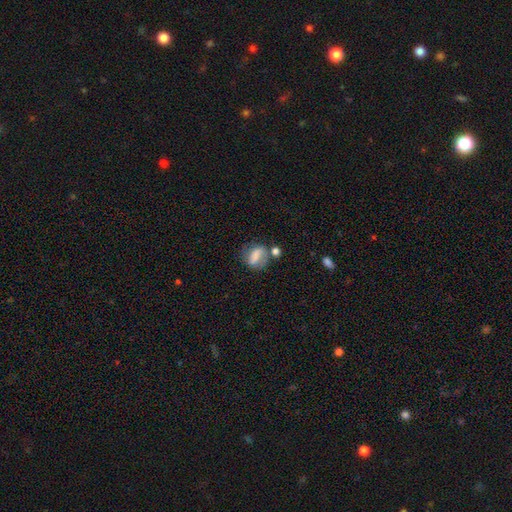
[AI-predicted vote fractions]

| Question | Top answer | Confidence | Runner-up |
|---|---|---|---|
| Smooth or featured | smooth | 57% | featured or disk (33%) |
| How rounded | in between | 60% | round (33%) |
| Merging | none | 49% | minor disturbance (23%) |